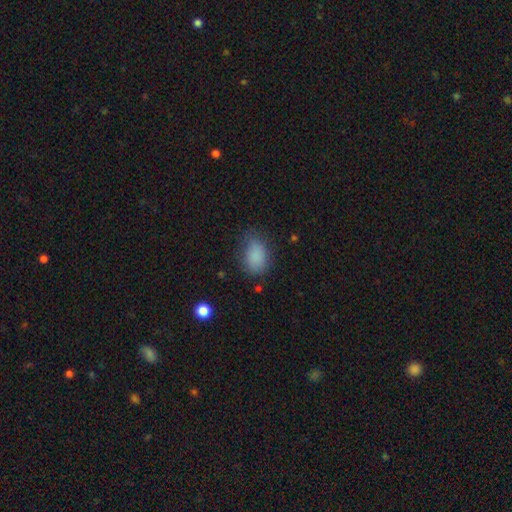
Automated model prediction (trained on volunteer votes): Smooth or featured? smooth (85%)
How rounded? in between (79%)
Merging? none (63%)